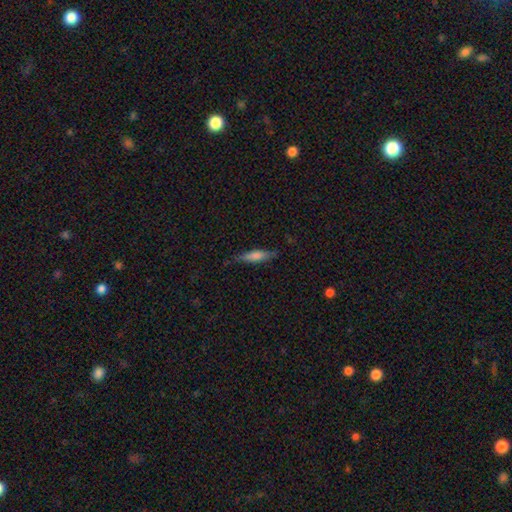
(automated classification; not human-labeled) Overall: smooth (60%; featured or disk 33%). How rounded: cigar-shaped (76%). Merging: none (80%).